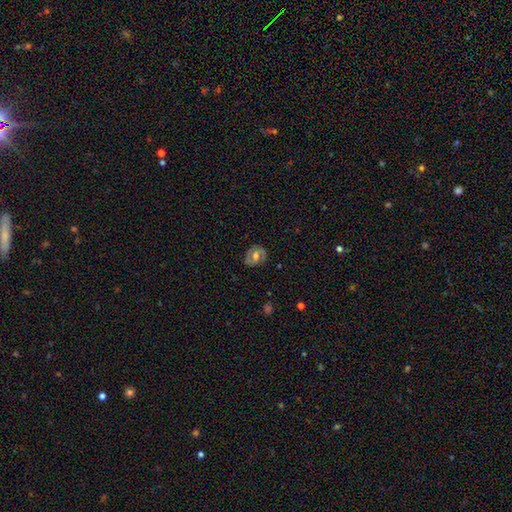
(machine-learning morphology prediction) Q: Smooth or featured?
A: featured or disk (47%); runner-up: smooth (45%)
Q: Merging?
A: none (78%); runner-up: minor disturbance (16%)